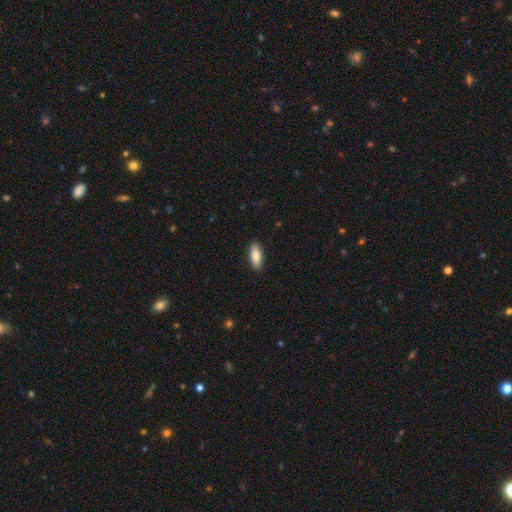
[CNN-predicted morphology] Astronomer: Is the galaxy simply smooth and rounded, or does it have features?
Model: smooth — 78%.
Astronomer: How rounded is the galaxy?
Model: in between — 60% (runner-up: cigar-shaped, 38%).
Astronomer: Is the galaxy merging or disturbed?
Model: none — 90%.